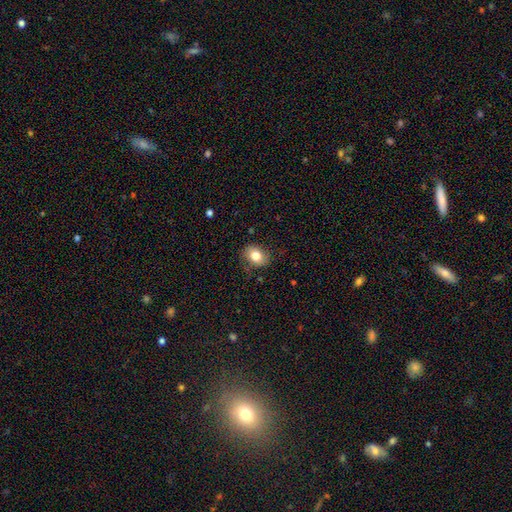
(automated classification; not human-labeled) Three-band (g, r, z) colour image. It shows a smooth galaxy with no disk features (80%) that is in between round and cigar-shaped (59%). Merging: none (77%).